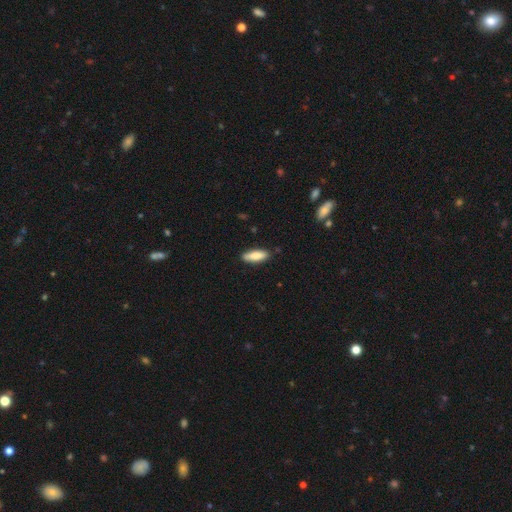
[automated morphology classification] smooth_or_featured: smooth (p=0.81) [alt: featured or disk p=0.13]
how_rounded: in between (p=0.52) [alt: cigar-shaped p=0.46]
merging: none (p=0.87) [alt: minor disturbance p=0.10]